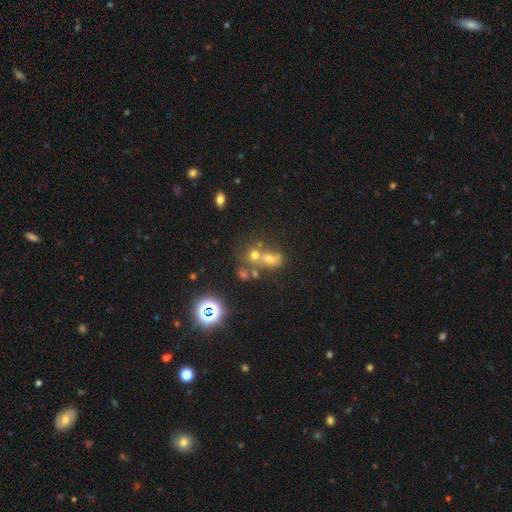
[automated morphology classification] smooth 47%, star or artifact 32%, featured or disk 21%. Down the decision tree: merging — merger (54%).